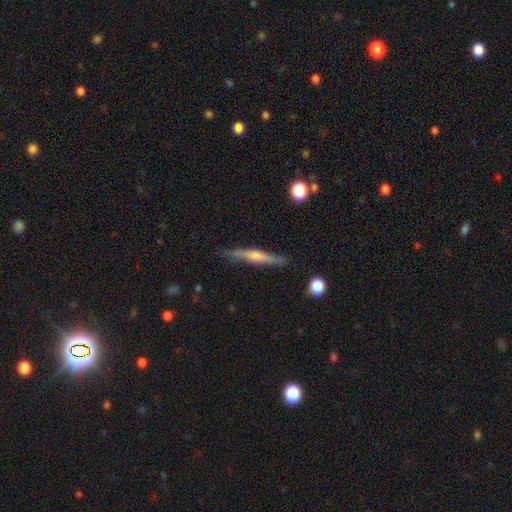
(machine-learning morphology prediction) A featured or disk galaxy (62%) viewed edge-on (96%) with a rounded central bulge (66%). Merging: none (84%).